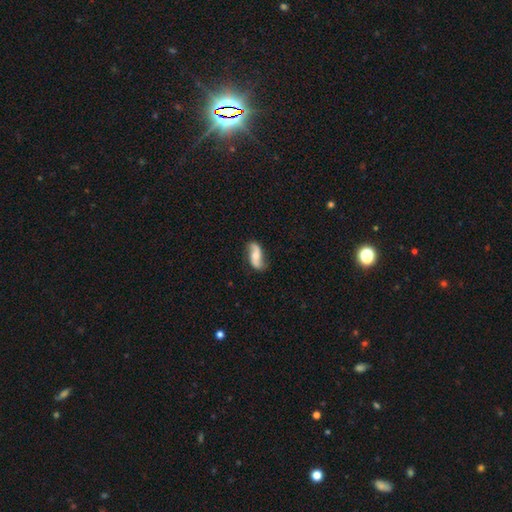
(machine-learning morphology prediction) The model was most divided on "bulge size": moderate: 52%, small: 35%, large: 6%, none: 5%, dominant: 2%. More confident: edge-on disk — no (93%); spiral arms — yes (92%); spiral arm count — 2 (92%); merging — none (75%); spiral winding — loose (75%); smooth or featured — featured or disk (66%); bar — no (55%).